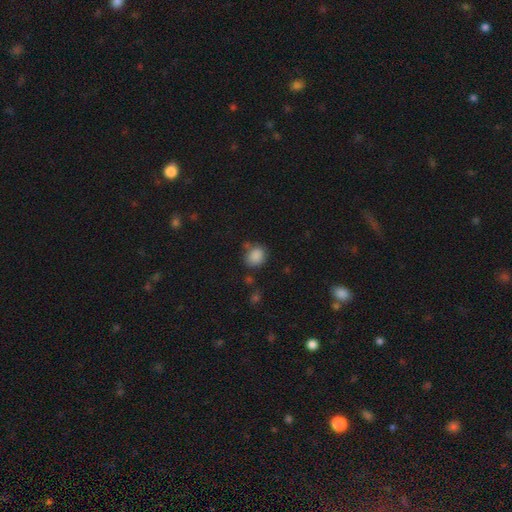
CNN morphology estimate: Q: Smooth or featured?
A: smooth (86%); runner-up: star or artifact (10%)
Q: How rounded?
A: round (67%); runner-up: in between (32%)
Q: Merging?
A: none (69%); runner-up: minor disturbance (18%)